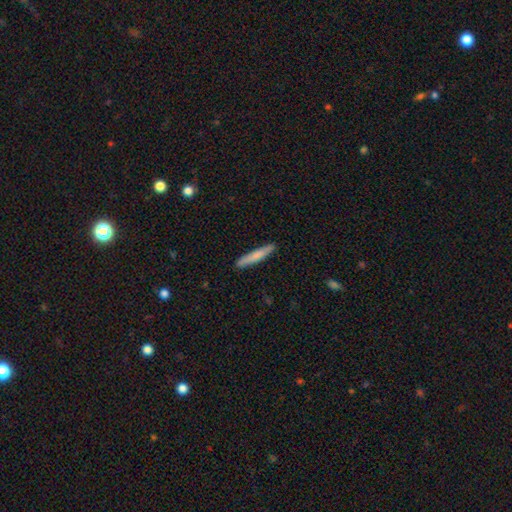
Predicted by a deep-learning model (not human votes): A smooth galaxy with no disk features (75%) that is cigar-shaped (94%). Merging: none (89%).